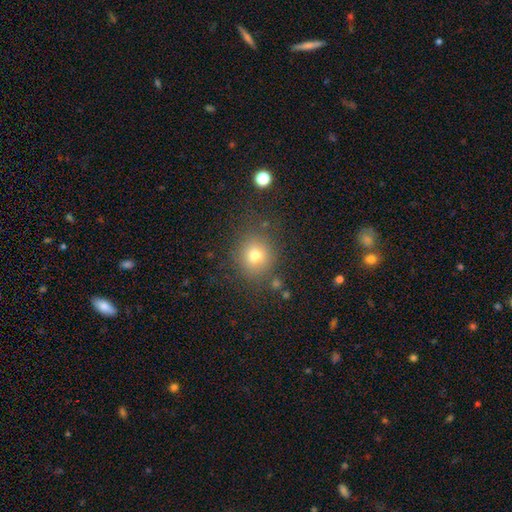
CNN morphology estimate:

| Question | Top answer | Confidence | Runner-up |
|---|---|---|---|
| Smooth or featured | smooth | 74% | star or artifact (16%) |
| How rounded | round | 85% | in between (14%) |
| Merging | none | 80% | minor disturbance (11%) |